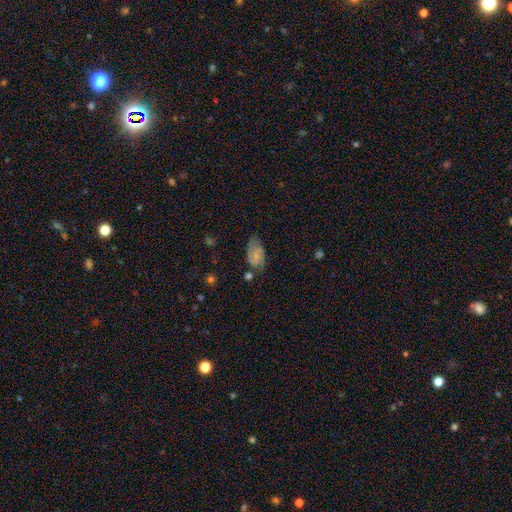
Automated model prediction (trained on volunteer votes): A smooth galaxy with no disk features (53%) that is in between round and cigar-shaped (91%).

Vote fractions:
- Smooth or featured? smooth: 53% / featured or disk: 38% / star or artifact: 9%
- How rounded? in between: 91% / round: 6% / cigar-shaped: 2%
- Merging? none: 54% / minor disturbance: 30% / major disturbance: 10% / merger: 5%